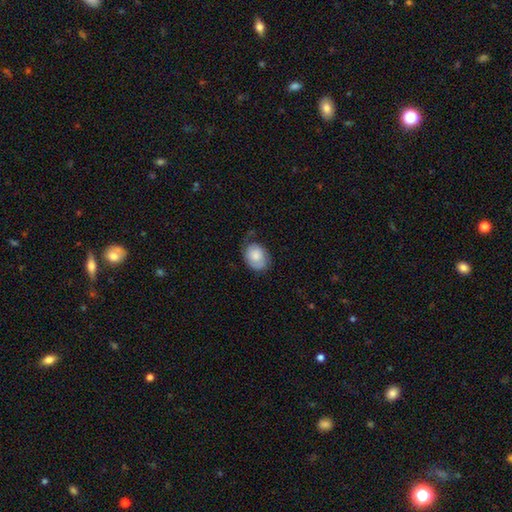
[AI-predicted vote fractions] A smooth galaxy with no disk features (67%) that is in between round and cigar-shaped (60%). Merging: none (56%).